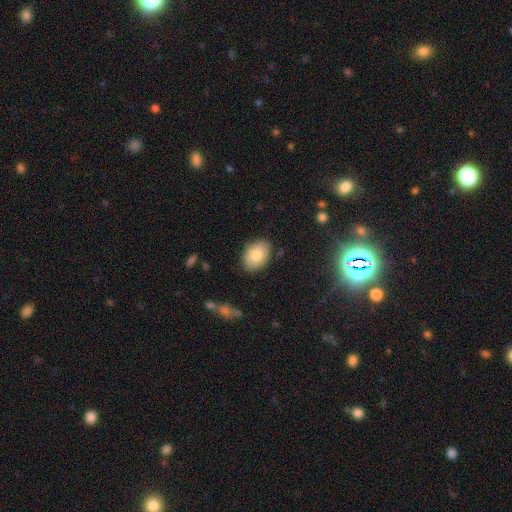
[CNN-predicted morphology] smooth 82%, featured or disk 11%, star or artifact 7%. Down the decision tree: how rounded — in between (82%); merging — none (85%).